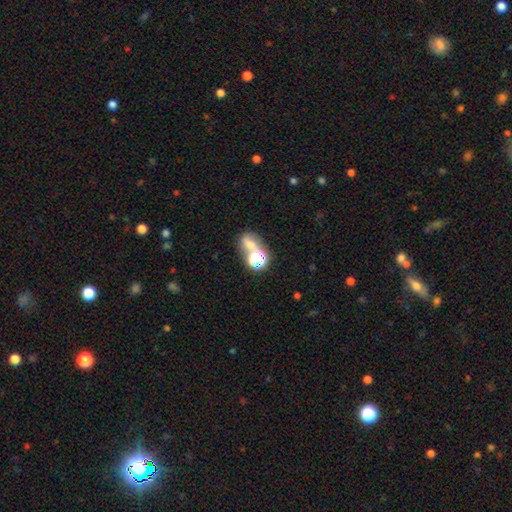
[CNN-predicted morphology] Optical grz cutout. It shows a smooth galaxy with no disk features (50%). Merging: none (45%).